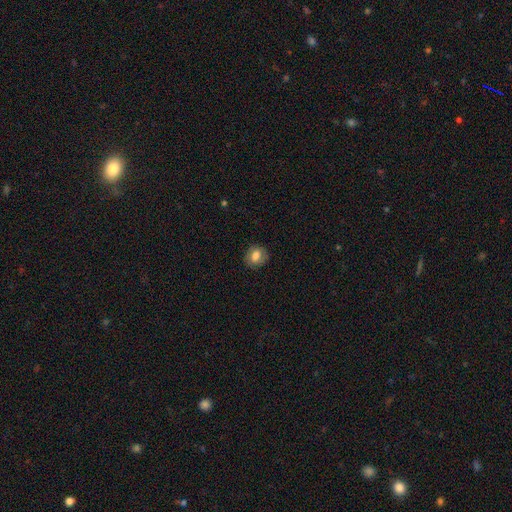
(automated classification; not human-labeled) Q: Smooth or featured?
A: smooth (68%); runner-up: featured or disk (23%)
Q: How rounded?
A: round (64%); runner-up: in between (35%)
Q: Merging?
A: none (82%); runner-up: minor disturbance (13%)